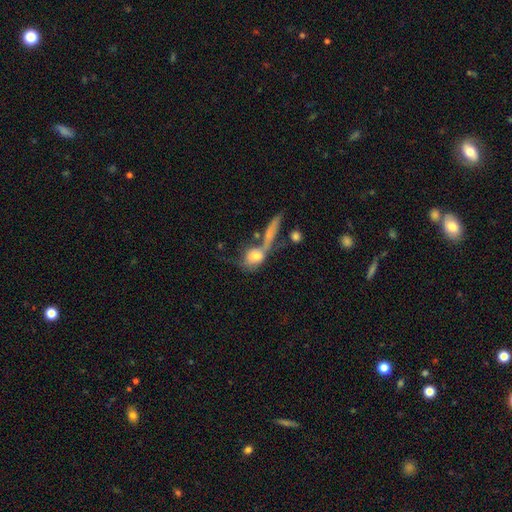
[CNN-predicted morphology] smooth_or_featured: smooth (p=0.68) [alt: featured or disk p=0.24]
how_rounded: in between (p=0.47) [alt: round p=0.43]
merging: merger (p=0.39) [alt: none p=0.31]